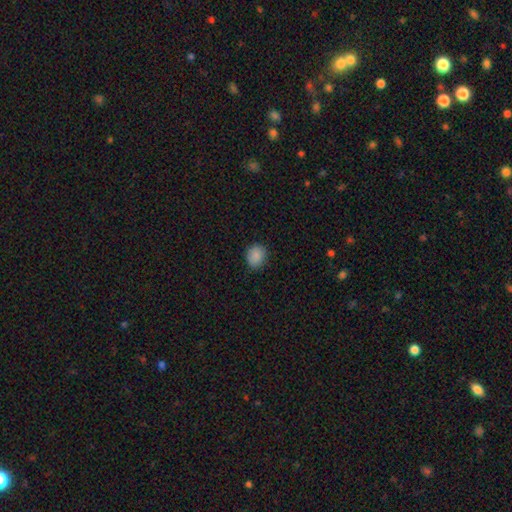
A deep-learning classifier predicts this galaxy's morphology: Overall: smooth (88%). How rounded: round (68%; in between 31%). Merging: none (87%).